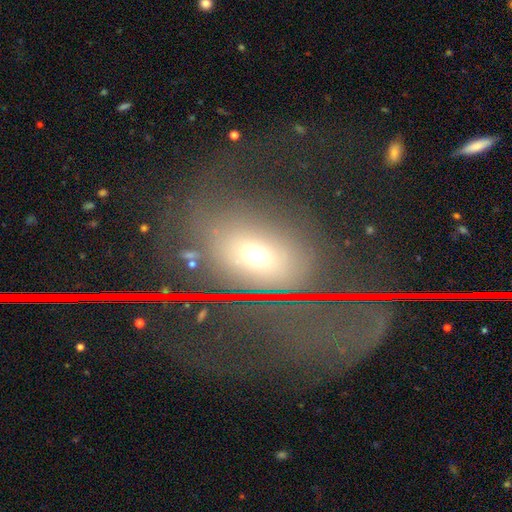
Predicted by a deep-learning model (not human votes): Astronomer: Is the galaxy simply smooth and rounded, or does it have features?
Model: smooth — 45% (runner-up: featured or disk, 30%).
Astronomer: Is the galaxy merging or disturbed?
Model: none — 54%.